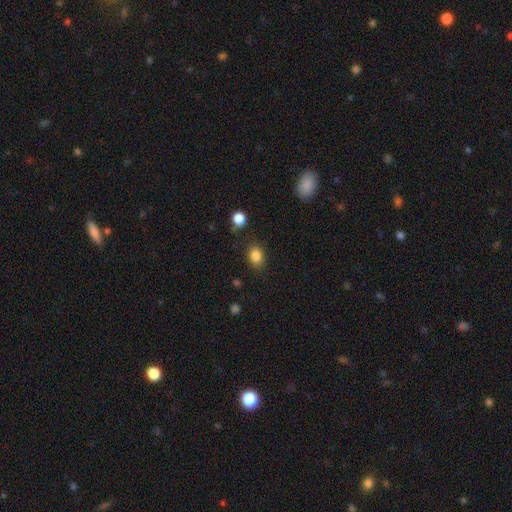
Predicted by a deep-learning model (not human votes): smooth 85%, star or artifact 10%, featured or disk 5%. Down the decision tree: how rounded — in between (62%); merging — none (81%).